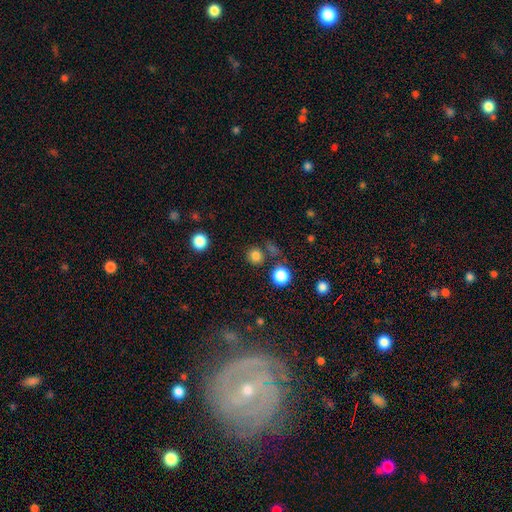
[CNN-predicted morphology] Q: Smooth or featured?
A: smooth (81%); runner-up: star or artifact (15%)
Q: How rounded?
A: round (89%); runner-up: in between (10%)
Q: Merging?
A: none (80%); runner-up: merger (8%)